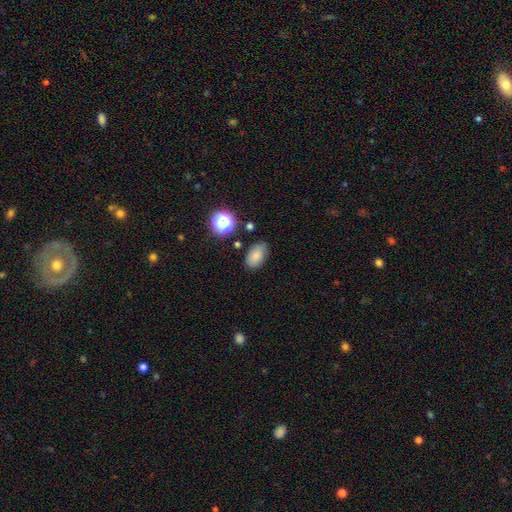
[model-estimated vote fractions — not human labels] Smooth or featured? Predicted: smooth (p=0.80). How rounded? Predicted: in between (p=0.89). Merging? Predicted: none (p=0.78).